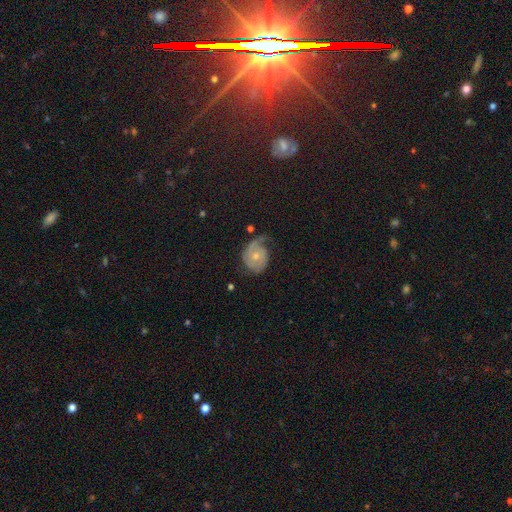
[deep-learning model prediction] A featured or disk galaxy (74%) with no bar (76%), 1 (43%) tight (42%) spiral arms (92%) and a small central bulge (50%). Merging: none (48%).